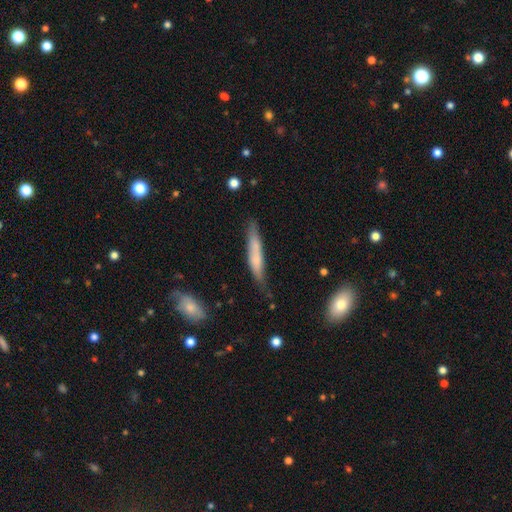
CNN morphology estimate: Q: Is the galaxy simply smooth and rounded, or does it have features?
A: smooth — 61%.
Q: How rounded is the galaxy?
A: cigar-shaped — 90%.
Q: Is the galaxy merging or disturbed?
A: none — 68%.